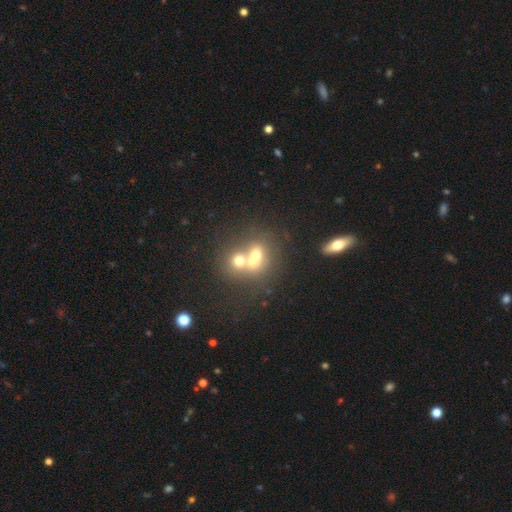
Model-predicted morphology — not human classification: A smooth galaxy with no disk features (55%) that is round (64%).

Vote fractions:
- Smooth or featured? smooth: 55% / featured or disk: 30% / star or artifact: 15%
- How rounded? round: 64% / in between: 34% / cigar-shaped: 1%
- Merging? merger: 65% / none: 25% / minor disturbance: 6% / major disturbance: 4%